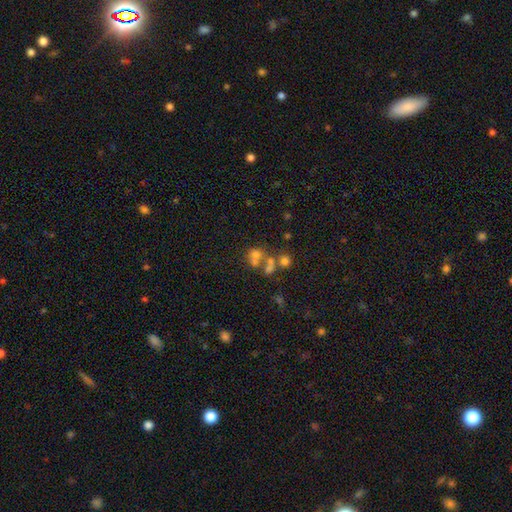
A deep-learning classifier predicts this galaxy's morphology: Overall: smooth (50%; featured or disk 26%). How rounded: round (67%; in between 31%). Merging: merger (48%; none 35%).